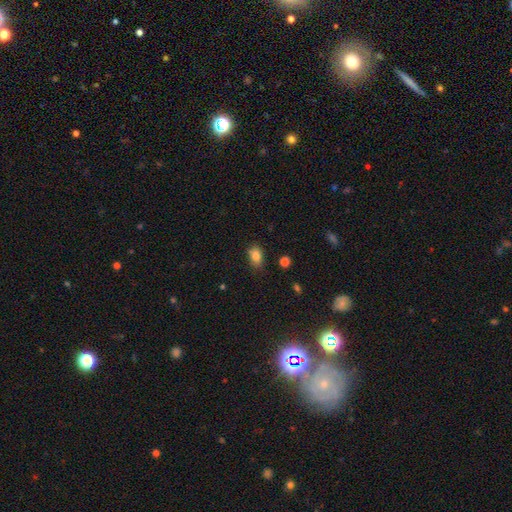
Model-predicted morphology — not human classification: Smooth or featured?
  - smooth: 83% *
  - star or artifact: 10%
  - featured or disk: 7%
How rounded?
  - in between: 83% *
  - round: 15%
  - cigar-shaped: 2%
Merging?
  - none: 78% *
  - minor disturbance: 16%
  - major disturbance: 3%
  - merger: 3%